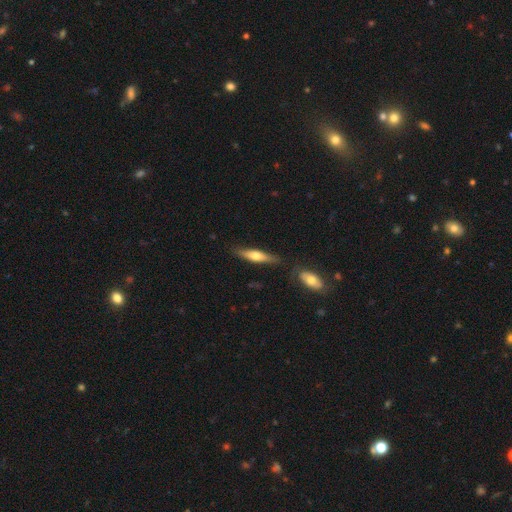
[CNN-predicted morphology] This is possibly a smooth galaxy (52%). How rounded: likely cigar-shaped (73%). Merging: likely none (79%).